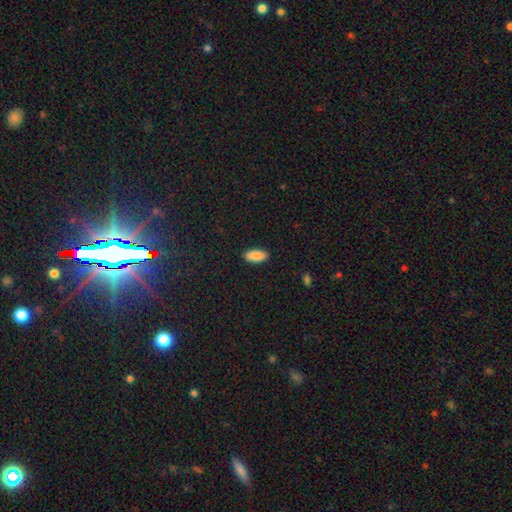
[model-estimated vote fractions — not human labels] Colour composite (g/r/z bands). It shows a smooth galaxy with no disk features (88%) that is in between round and cigar-shaped (85%). Merging: none (90%).